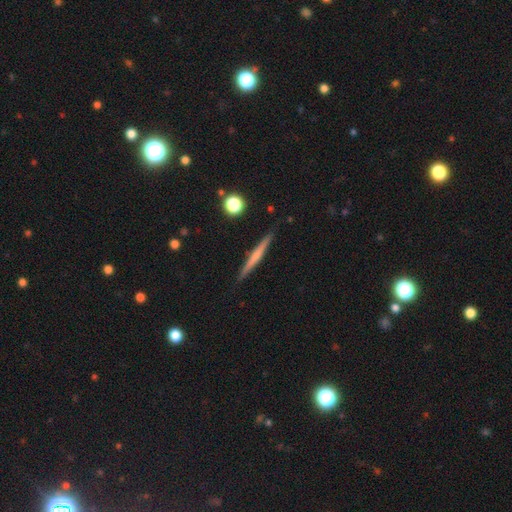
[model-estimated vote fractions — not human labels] The model was most divided on "smooth or featured": featured or disk: 52%, smooth: 41%, star or artifact: 6%. More confident: edge-on disk — yes (98%); merging — none (91%); edge-on bulge — none (63%).